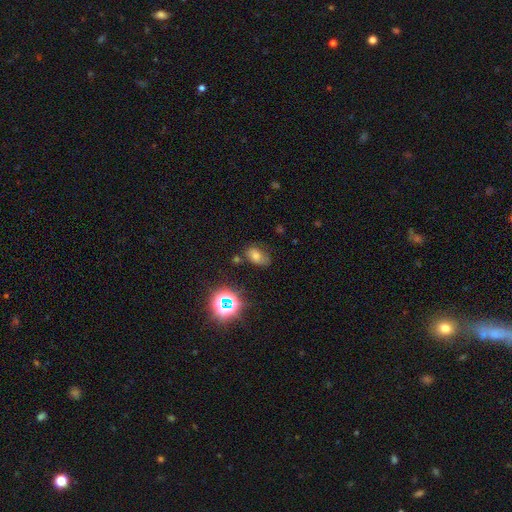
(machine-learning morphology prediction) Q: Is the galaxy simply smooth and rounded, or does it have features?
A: smooth — 59%.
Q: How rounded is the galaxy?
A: in between — 81%.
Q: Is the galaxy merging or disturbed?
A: none — 65%.